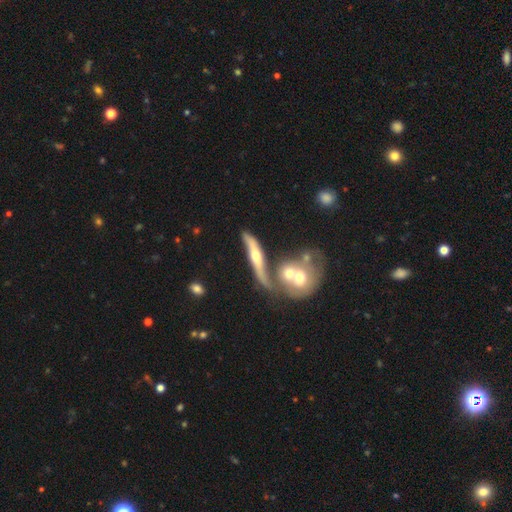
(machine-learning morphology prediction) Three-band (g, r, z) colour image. It shows a featured or disk galaxy (69%) viewed edge-on (75%) with a rounded central bulge (90%). Merging: none (46%).